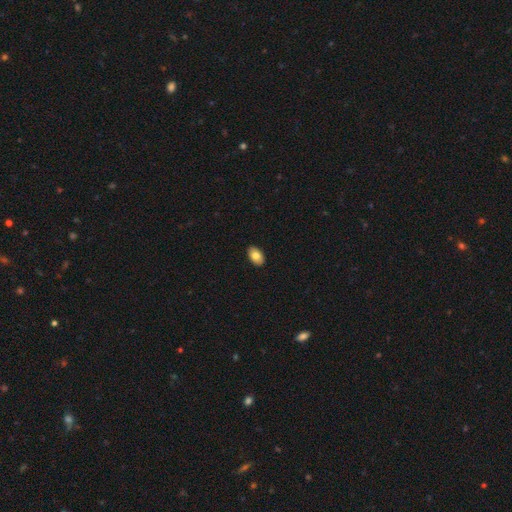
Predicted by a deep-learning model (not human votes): Smooth or featured: smooth — 81% (featured or disk — 12%)
How rounded: in between — 92% (round — 7%)
Merging: none — 90% (minor disturbance — 8%)